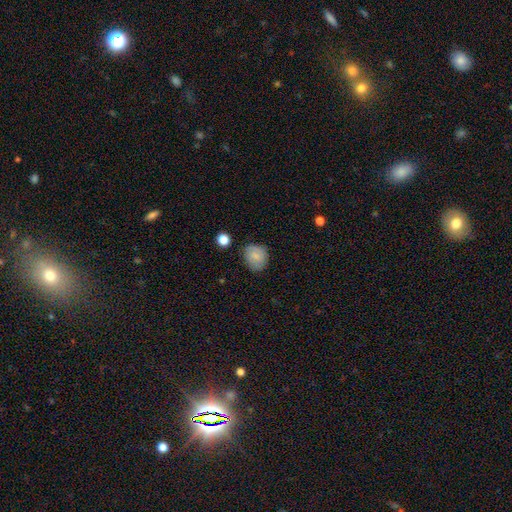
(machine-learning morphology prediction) type=smooth (74%); roundness=round (69%); merging=none (76%).